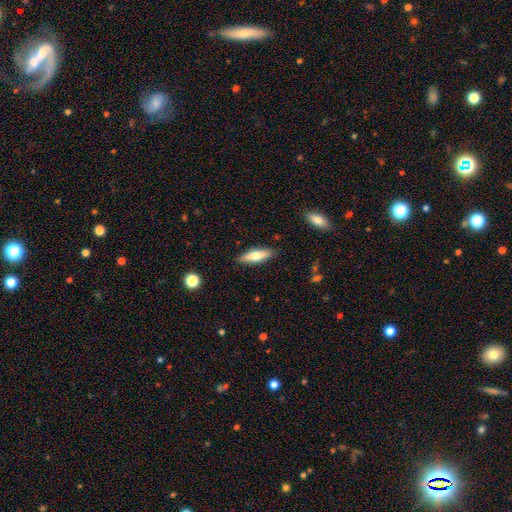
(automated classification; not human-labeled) smooth-or-featured: smooth: 67% | featured or disk: 27% | star or artifact: 6%
  how-rounded: cigar-shaped: 57% | in between: 41% | round: 2%
  merging: none: 87% | minor disturbance: 10% | major disturbance: 2% | merger: 1%